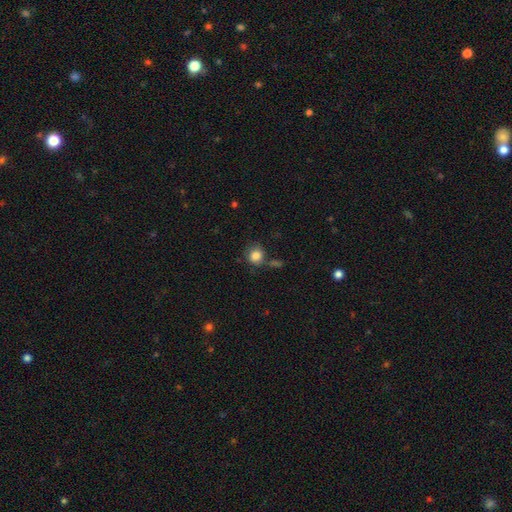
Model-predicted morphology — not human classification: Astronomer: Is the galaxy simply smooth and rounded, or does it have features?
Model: smooth — 83%.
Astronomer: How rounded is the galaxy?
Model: round — 75%.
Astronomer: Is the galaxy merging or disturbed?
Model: none — 63%.